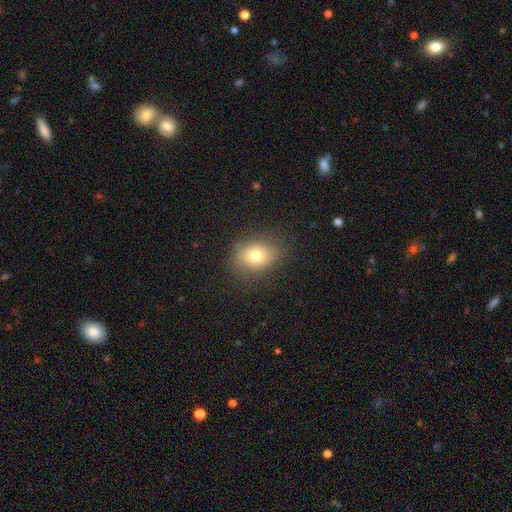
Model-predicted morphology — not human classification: A smooth galaxy with no disk features (76%) that is in between round and cigar-shaped (61%). Merging: none (81%).